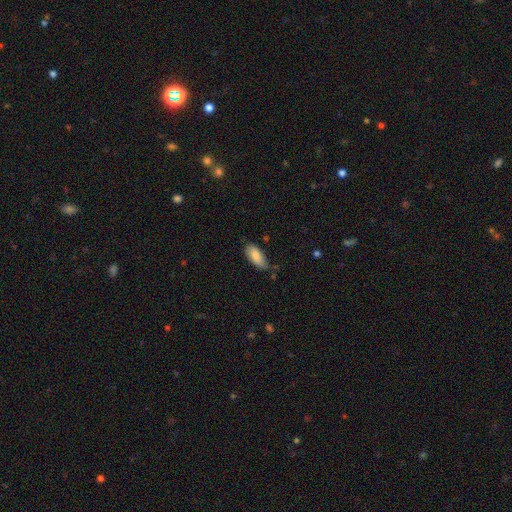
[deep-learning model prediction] This appears to be a smooth galaxy with no disk features (84%) that is in between round and cigar-shaped (87%). Merging: none (64%).